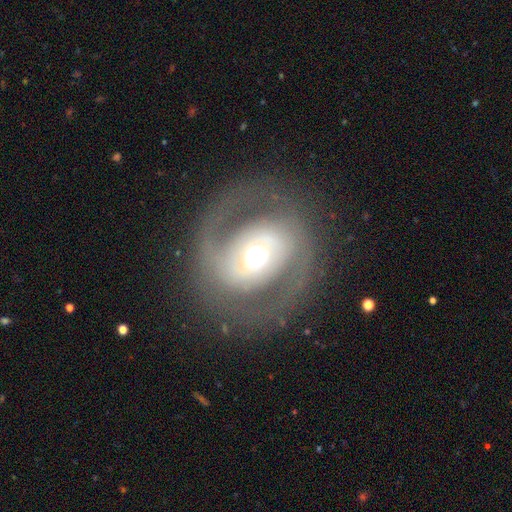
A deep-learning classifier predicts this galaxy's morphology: Smooth or featured: featured or disk — 74% (smooth — 18%)
Edge-on disk: no — 96% (yes — 4%)
Bar: no — 65% (weak — 22%)
Spiral arms: yes — 69% (no — 31%)
Bulge size: moderate — 54% (large — 31%)
Merging: none — 76% (major disturbance — 12%)